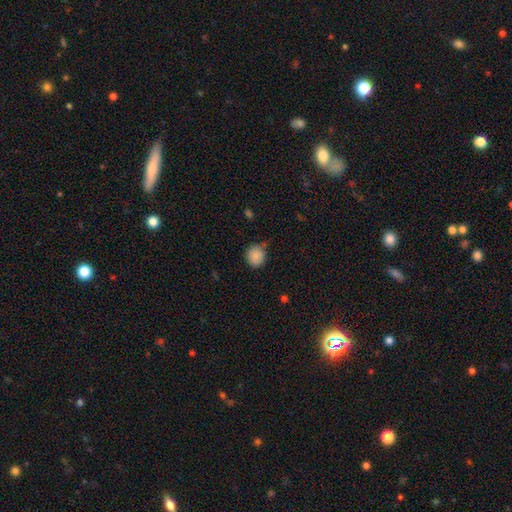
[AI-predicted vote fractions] smooth 87%, star or artifact 9%, featured or disk 4%. Down the decision tree: how rounded — round (84%); merging — none (74%).